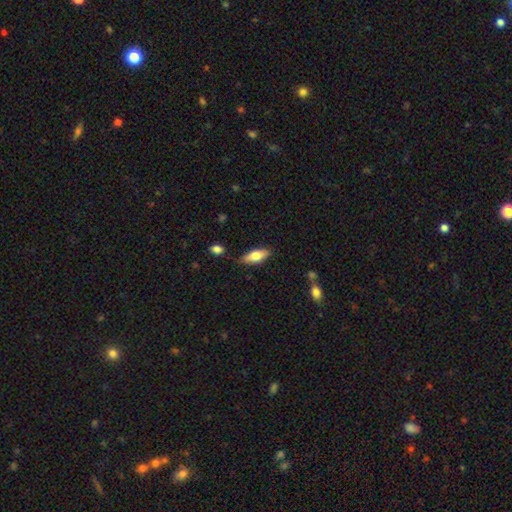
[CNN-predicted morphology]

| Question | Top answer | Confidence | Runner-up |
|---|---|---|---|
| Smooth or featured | smooth | 71% | featured or disk (23%) |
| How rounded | in between | 75% | cigar-shaped (22%) |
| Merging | none | 79% | minor disturbance (15%) |